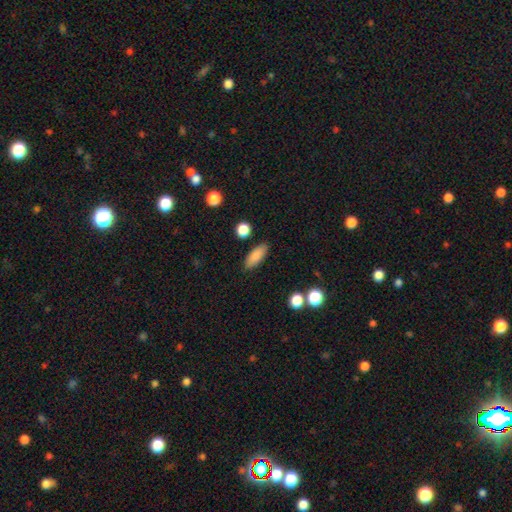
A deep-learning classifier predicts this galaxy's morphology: Smooth or featured? Predicted: smooth (p=0.86). How rounded? Predicted: in between (p=0.70). Merging? Predicted: none (p=0.87).